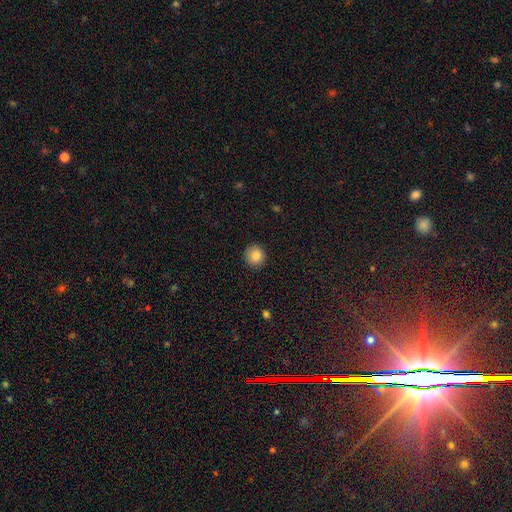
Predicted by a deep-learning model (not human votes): A smooth galaxy with no disk features (85%) that is round (93%). Merging: none (91%).